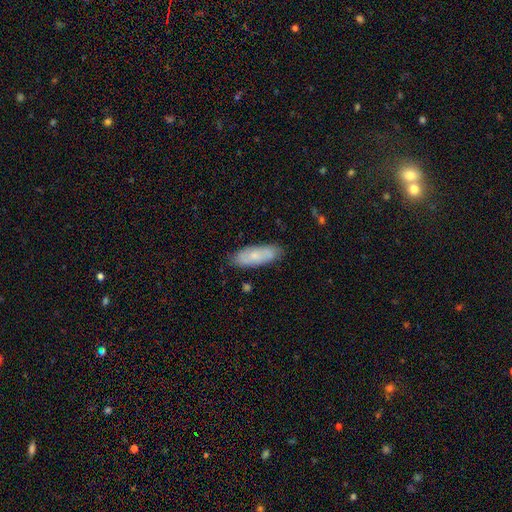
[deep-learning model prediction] Q: Smooth or featured?
A: smooth (66%); runner-up: featured or disk (28%)
Q: How rounded?
A: in between (66%); runner-up: cigar-shaped (32%)
Q: Merging?
A: none (83%); runner-up: minor disturbance (13%)